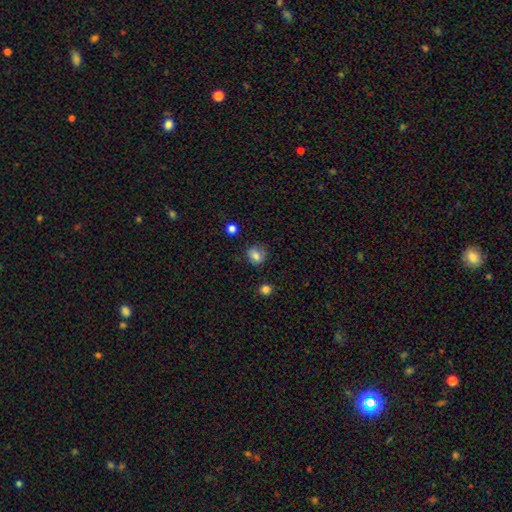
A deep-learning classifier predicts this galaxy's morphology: Smooth or featured?
  - smooth: 81% *
  - star or artifact: 11%
  - featured or disk: 8%
How rounded?
  - round: 72% *
  - in between: 27%
  - cigar-shaped: 1%
Merging?
  - none: 76% *
  - minor disturbance: 17%
  - major disturbance: 4%
  - merger: 2%